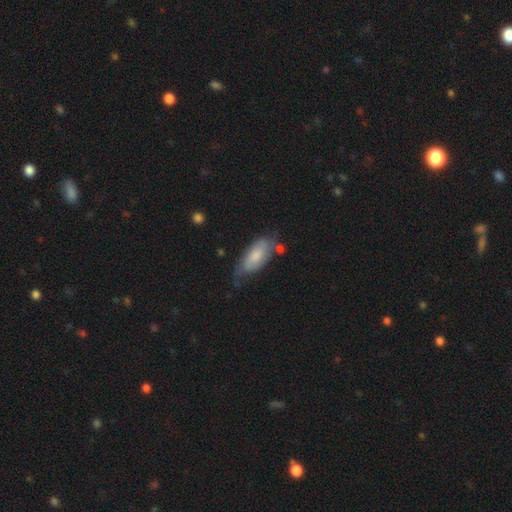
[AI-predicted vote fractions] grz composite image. It shows a smooth galaxy with no disk features (65%) that is in between round and cigar-shaped (83%). Merging: none (50%).